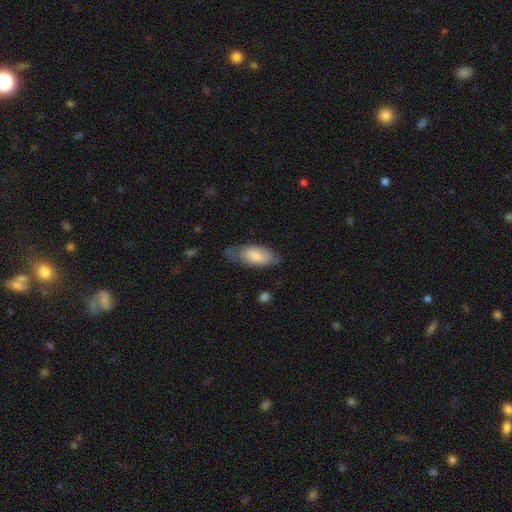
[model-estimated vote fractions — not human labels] smooth 73%, featured or disk 21%, star or artifact 6%. Down the decision tree: how rounded — in between (87%); merging — none (54%).